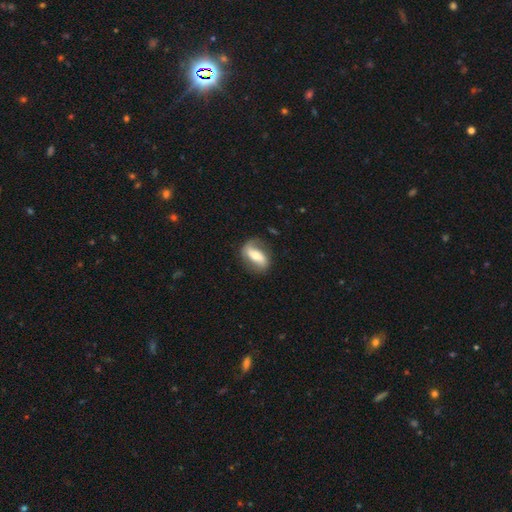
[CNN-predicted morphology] This is possibly a featured or disk galaxy (59%). It is clearly not viewed edge-on (88%). Bar: possibly strong (48%). Spiral arm pattern: likely yes (75%). Central bulge: possibly moderate (58%). Merging: likely none (70%).